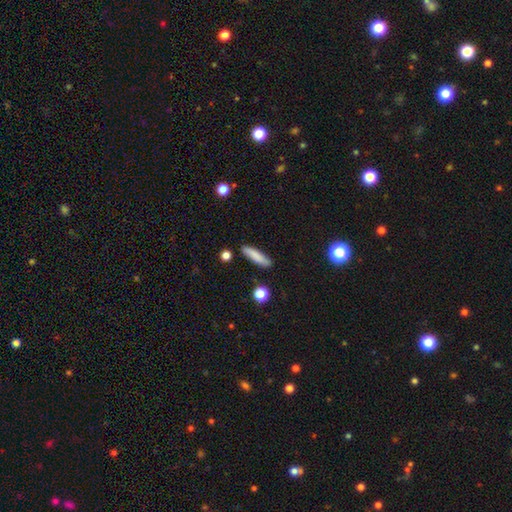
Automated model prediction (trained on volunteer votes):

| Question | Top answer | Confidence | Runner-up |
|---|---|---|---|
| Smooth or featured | smooth | 82% | featured or disk (11%) |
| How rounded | cigar-shaped | 79% | in between (19%) |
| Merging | none | 85% | minor disturbance (10%) |